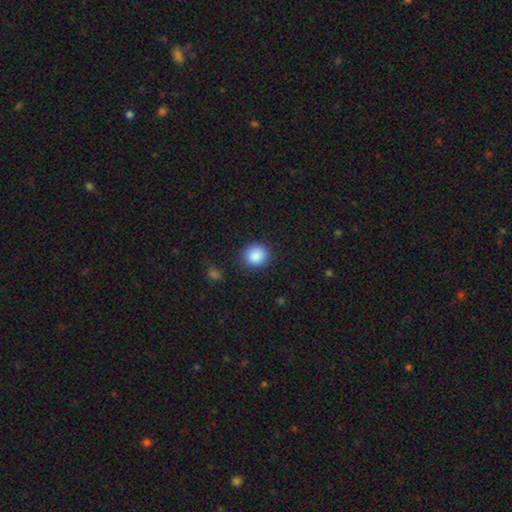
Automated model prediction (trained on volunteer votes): This is clearly a smooth galaxy (88%). How rounded: clearly round (86%). Merging: clearly none (88%).